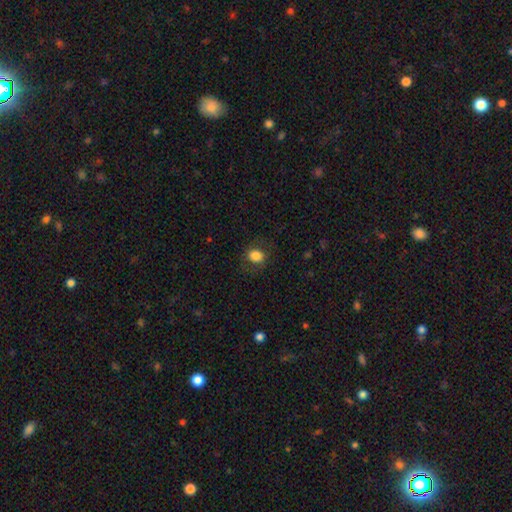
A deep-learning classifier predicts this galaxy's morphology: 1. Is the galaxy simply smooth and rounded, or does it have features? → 81% smooth, 10% featured or disk, 10% star or artifact.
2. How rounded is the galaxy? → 55% round, 44% in between, 1% cigar-shaped.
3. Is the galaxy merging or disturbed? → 77% none, 14% minor disturbance, 7% major disturbance, 1% merger.